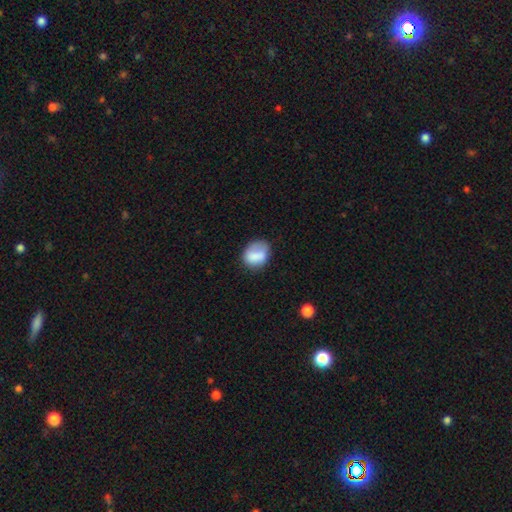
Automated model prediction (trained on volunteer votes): This appears to be a smooth galaxy with no disk features (78%) that is in between round and cigar-shaped (55%). Merging: none (57%).